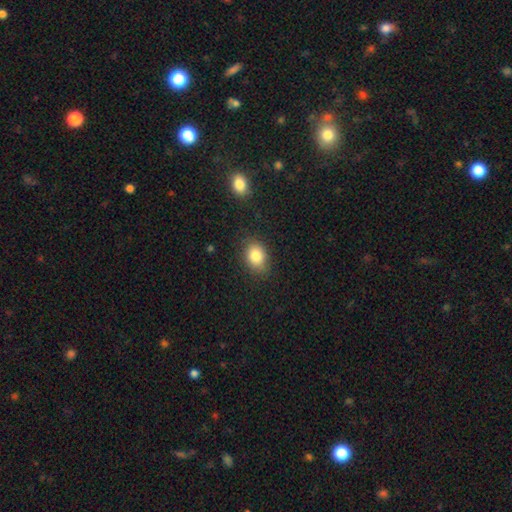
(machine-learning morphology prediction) smooth-or-featured: smooth: 83% | star or artifact: 9% | featured or disk: 8%
  how-rounded: in between: 70% | round: 29% | cigar-shaped: 1%
  merging: none: 82% | minor disturbance: 13% | major disturbance: 3% | merger: 2%